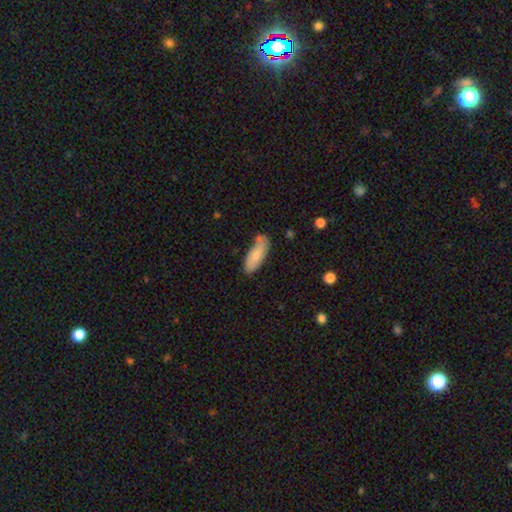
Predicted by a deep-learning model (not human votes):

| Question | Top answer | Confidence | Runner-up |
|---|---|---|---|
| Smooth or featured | smooth | 80% | featured or disk (15%) |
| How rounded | in between | 70% | cigar-shaped (28%) |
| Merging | none | 63% | minor disturbance (25%) |